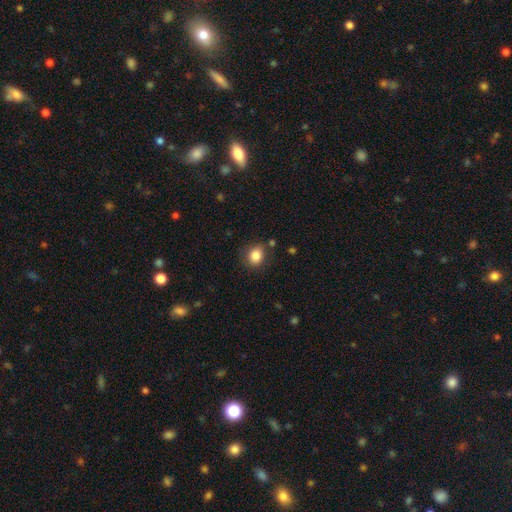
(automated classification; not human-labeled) smooth 85%, star or artifact 10%, featured or disk 5%. Down the decision tree: how rounded — round (69%); merging — none (79%).